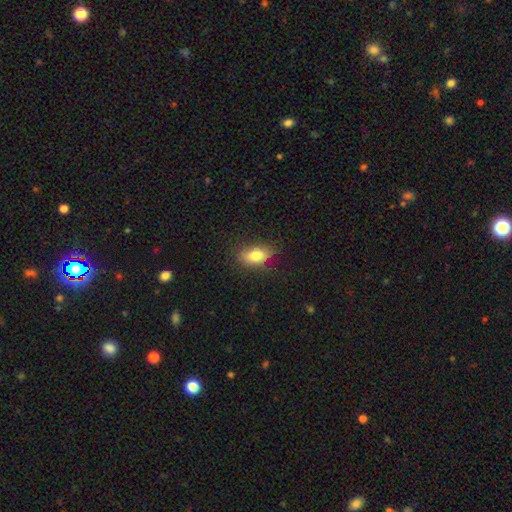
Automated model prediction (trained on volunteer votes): Morphology: type=smooth (80%); roundness=in between (87%); merging=none (77%).